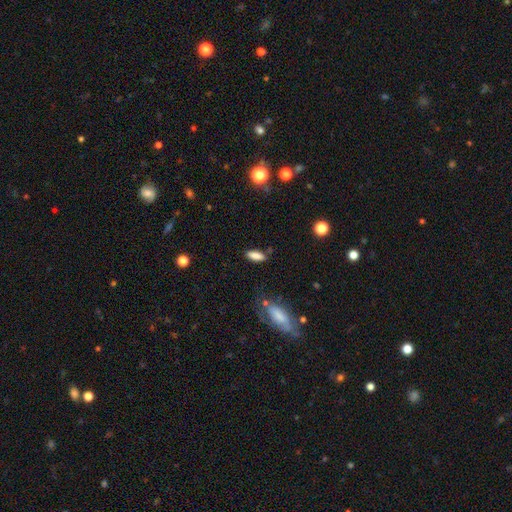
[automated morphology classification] type=smooth (84%); roundness=in between (66%); merging=none (81%).